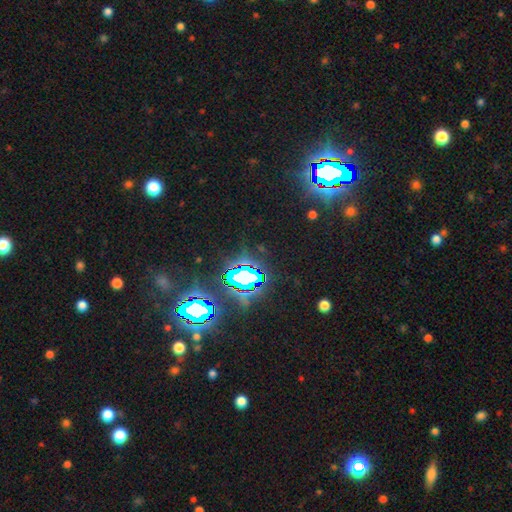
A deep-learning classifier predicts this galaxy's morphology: Smooth or featured? star or artifact (82%)